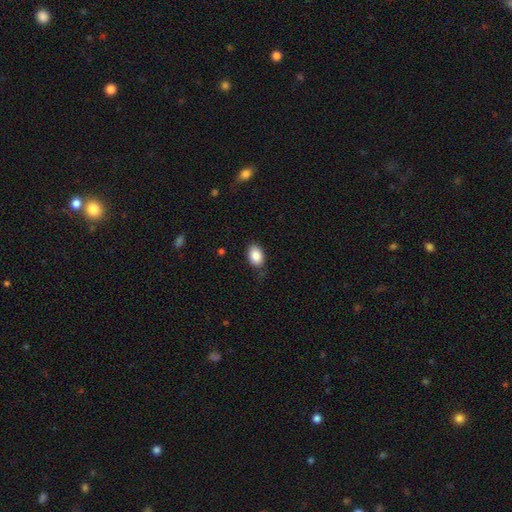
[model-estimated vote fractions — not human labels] Smooth or featured? smooth (87%)
How rounded? in between (85%)
Merging? none (78%)